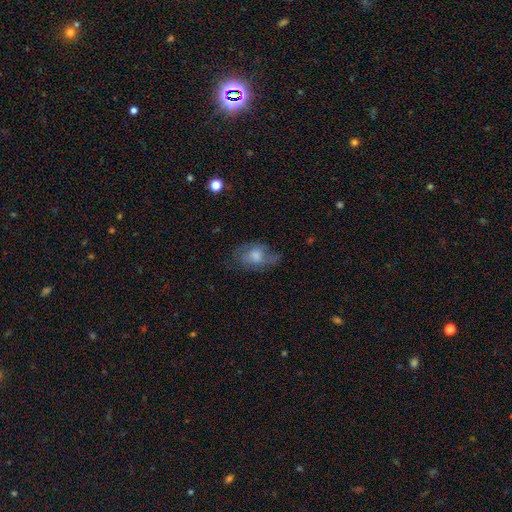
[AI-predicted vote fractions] Q: Smooth or featured?
A: smooth (57%); runner-up: featured or disk (35%)
Q: How rounded?
A: in between (83%); runner-up: round (15%)
Q: Merging?
A: none (50%); runner-up: minor disturbance (29%)